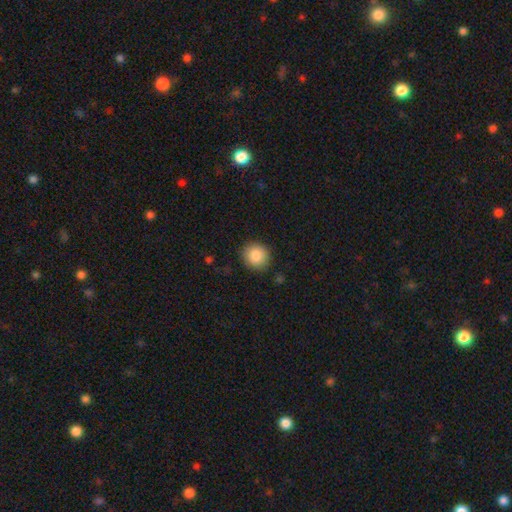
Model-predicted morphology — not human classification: Q: Smooth or featured?
A: smooth (87%); runner-up: star or artifact (8%)
Q: How rounded?
A: round (88%); runner-up: in between (11%)
Q: Merging?
A: none (88%); runner-up: minor disturbance (8%)